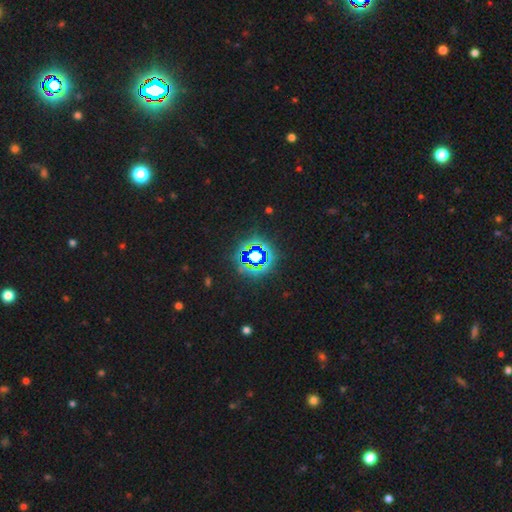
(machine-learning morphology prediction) A star or artifact, not a galaxy (76%).

Vote fractions:
- Smooth or featured? star or artifact: 76% / smooth: 13% / featured or disk: 10%